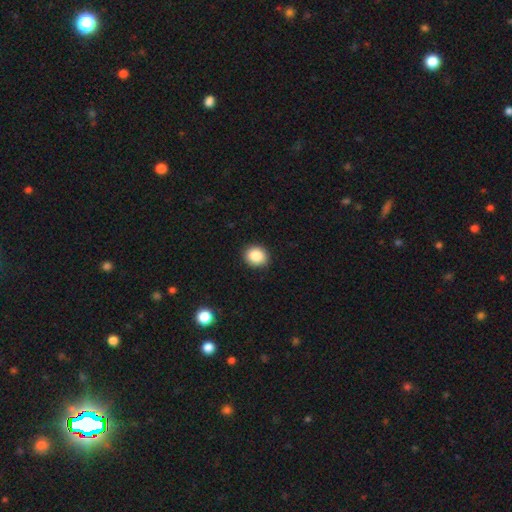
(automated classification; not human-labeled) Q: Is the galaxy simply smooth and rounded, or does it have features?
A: smooth — 87%.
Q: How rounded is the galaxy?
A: round — 72%.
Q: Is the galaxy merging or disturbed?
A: none — 90%.